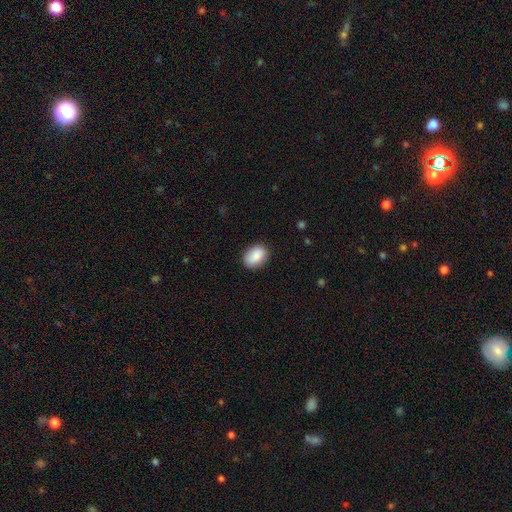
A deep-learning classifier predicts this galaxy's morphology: smooth 87%, star or artifact 7%, featured or disk 6%. Down the decision tree: how rounded — in between (77%); merging — none (86%).